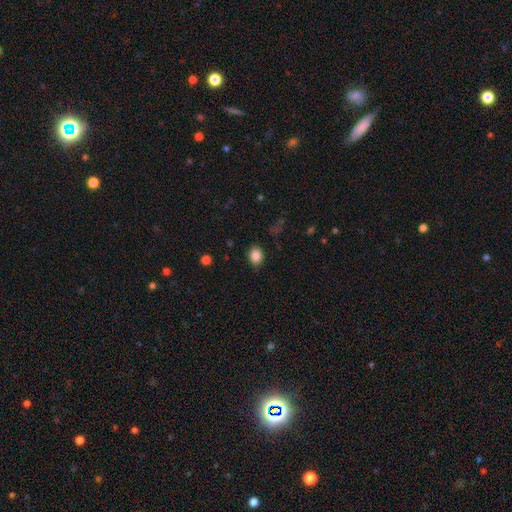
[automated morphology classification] smooth 85%, star or artifact 10%, featured or disk 5%. Down the decision tree: how rounded — round (50%); merging — none (85%).